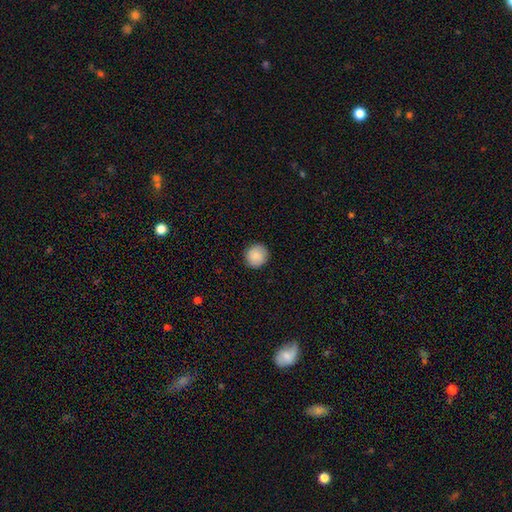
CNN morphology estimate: This appears to be a smooth galaxy with no disk features (86%) that is round (92%). Merging: none (91%).